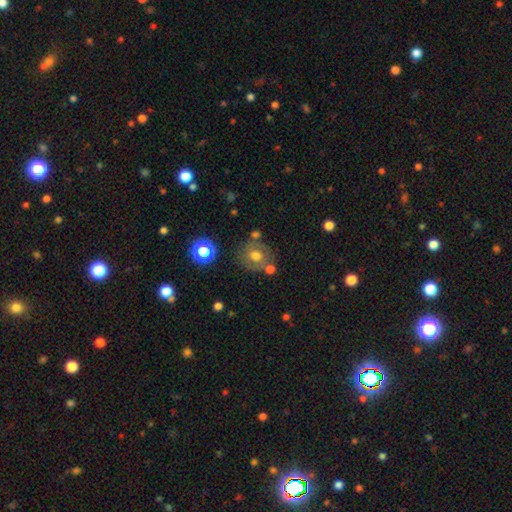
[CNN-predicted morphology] The model was most divided on "smooth or featured": smooth: 54%, featured or disk: 33%, star or artifact: 13%. More confident: how rounded — round (77%); merging — none (64%).